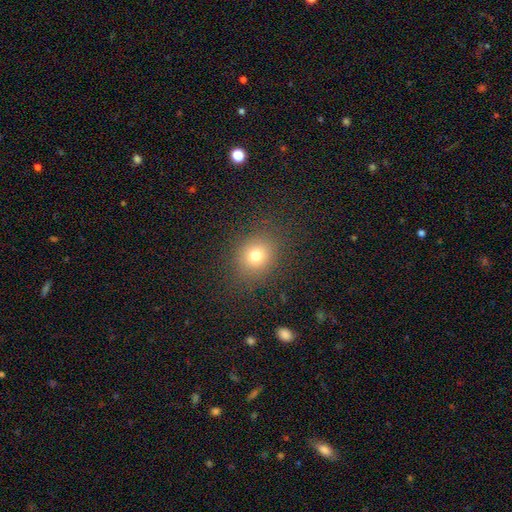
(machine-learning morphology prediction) Smooth or featured?
  - smooth: 76% *
  - star or artifact: 15%
  - featured or disk: 9%
How rounded?
  - round: 72% *
  - in between: 27%
  - cigar-shaped: 1%
Merging?
  - none: 85% *
  - minor disturbance: 9%
  - major disturbance: 4%
  - merger: 1%